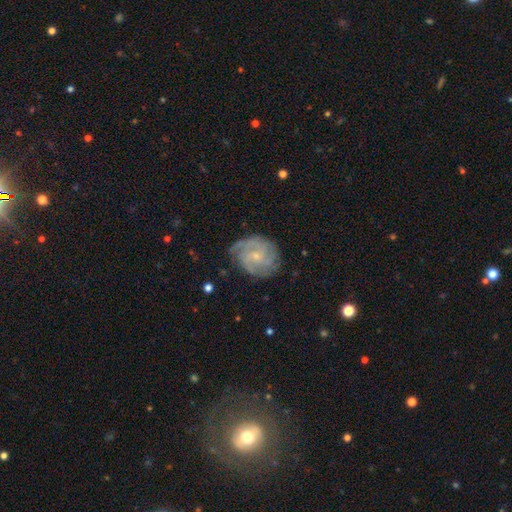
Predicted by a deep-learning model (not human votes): This is clearly a featured or disk galaxy (84%). It is clearly not viewed edge-on (98%). Bar: likely no (68%). Spiral arm pattern: clearly yes (96%). Spiral arm count: marginally 3 (32%). Spiral winding: possibly tight (58%). Central bulge: likely small (76%). Merging: likely none (72%).